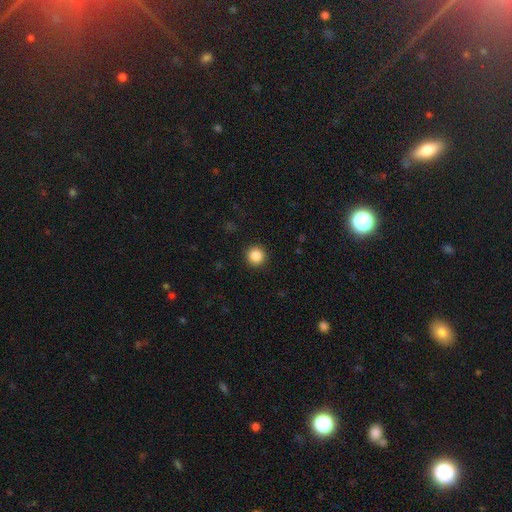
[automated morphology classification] smooth-or-featured: smooth: 87% | star or artifact: 10% | featured or disk: 3%
  how-rounded: round: 96% | in between: 3% | cigar-shaped: 1%
  merging: none: 93% | minor disturbance: 5% | major disturbance: 2% | merger: 1%